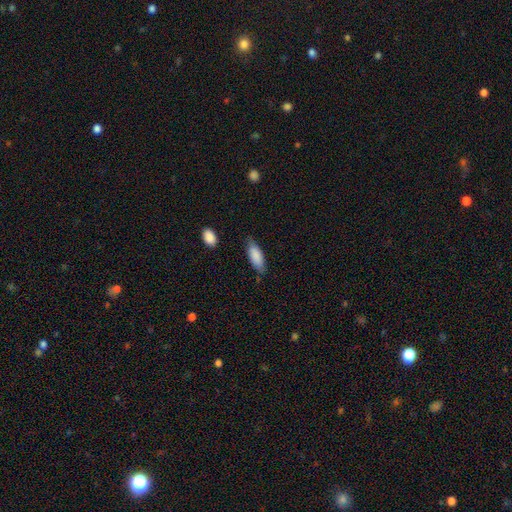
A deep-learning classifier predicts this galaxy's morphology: This is clearly a smooth galaxy (87%). How rounded: likely in between (73%). Merging: likely none (76%).